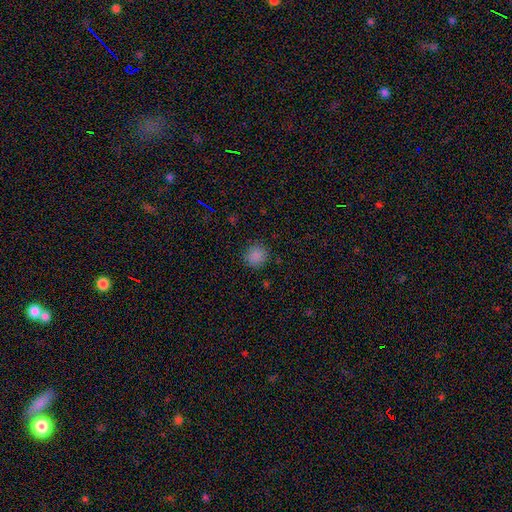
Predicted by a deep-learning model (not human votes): smooth 85%, star or artifact 12%, featured or disk 3%. Down the decision tree: how rounded — round (91%); merging — none (89%).